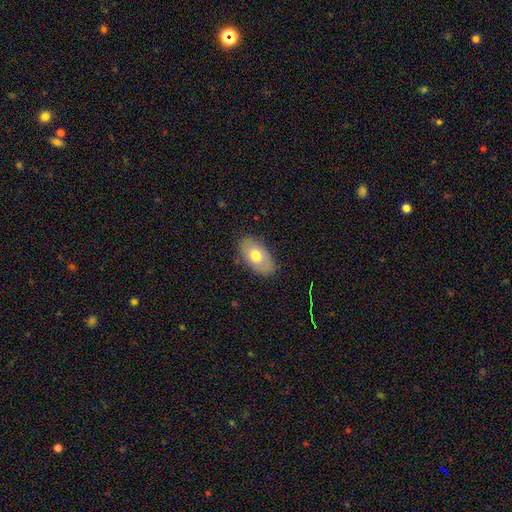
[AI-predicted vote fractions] Smooth or featured? smooth (69%)
How rounded? in between (92%)
Merging? none (83%)